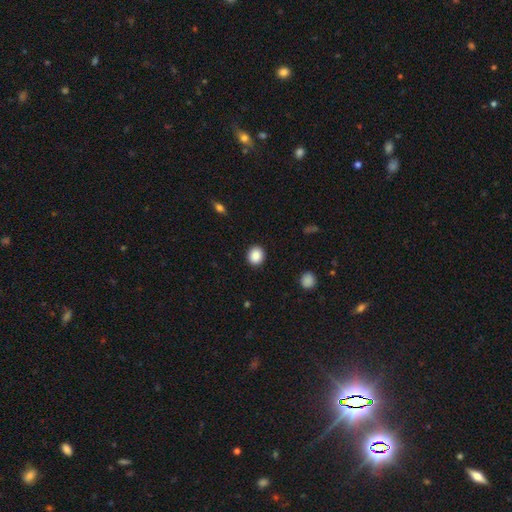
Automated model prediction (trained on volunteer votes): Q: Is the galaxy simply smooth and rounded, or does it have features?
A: smooth — 88%.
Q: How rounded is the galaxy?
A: round — 81%.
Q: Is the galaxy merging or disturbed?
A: none — 91%.